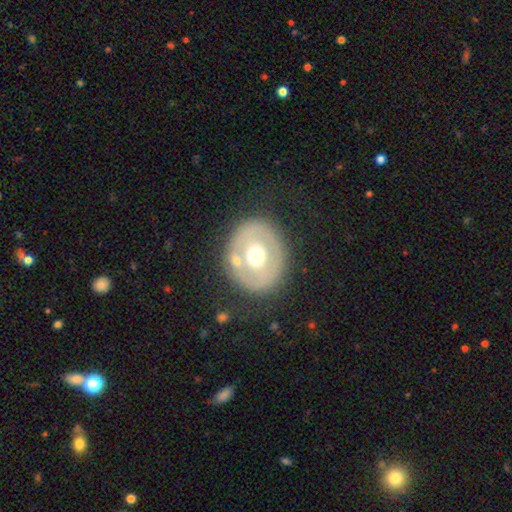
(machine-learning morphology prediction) type=featured or disk (49%); merging=none (75%).